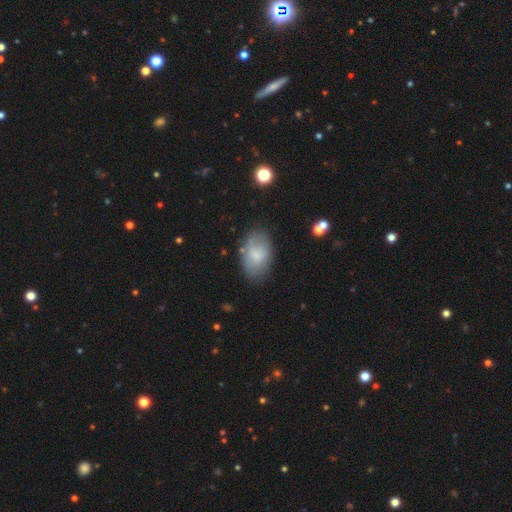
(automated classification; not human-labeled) Smooth or featured? Predicted: smooth (p=0.71). How rounded? Predicted: in between (p=0.92). Merging? Predicted: none (p=0.69).